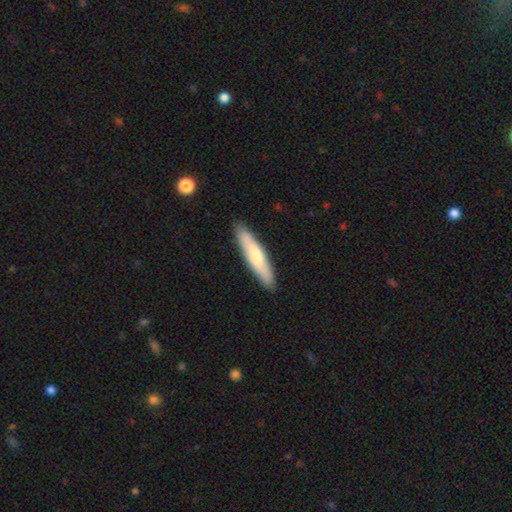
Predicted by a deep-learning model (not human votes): A smooth galaxy with no disk features (65%) that is cigar-shaped (85%).

Vote fractions:
- Smooth or featured? smooth: 65% / featured or disk: 30% / star or artifact: 5%
- How rounded? cigar-shaped: 85% / in between: 13% / round: 1%
- Merging? none: 90% / minor disturbance: 7% / major disturbance: 1% / merger: 1%